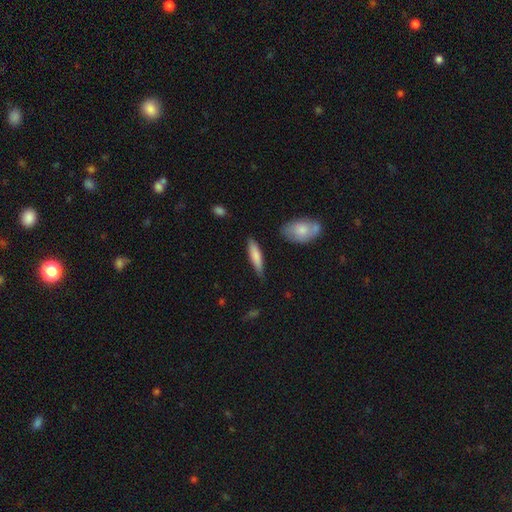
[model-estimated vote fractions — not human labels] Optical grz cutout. It shows a smooth galaxy with no disk features (77%) that is cigar-shaped (75%). Merging: none (77%).